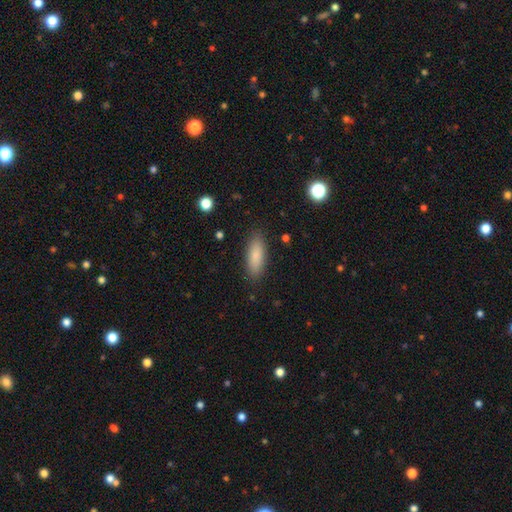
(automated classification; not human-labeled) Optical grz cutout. It shows a smooth galaxy with no disk features (85%) that is in between round and cigar-shaped (67%). Merging: none (87%).